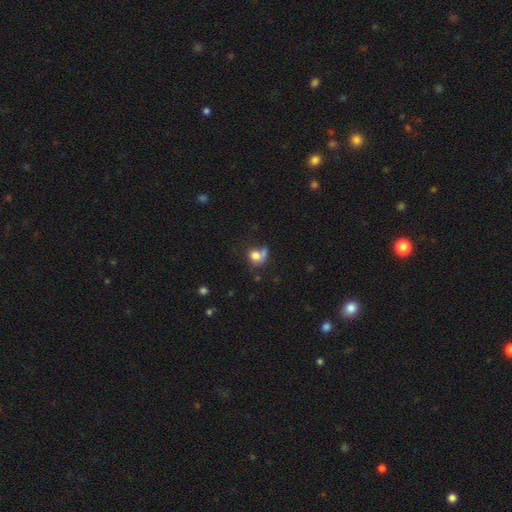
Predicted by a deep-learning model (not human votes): A smooth galaxy with no disk features (74%) that is round (63%). Merging: none (35%).